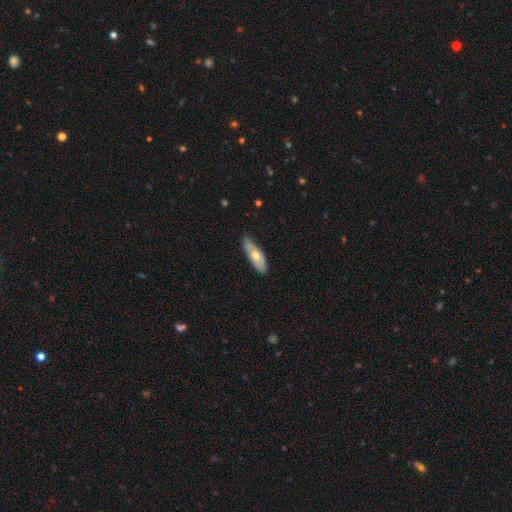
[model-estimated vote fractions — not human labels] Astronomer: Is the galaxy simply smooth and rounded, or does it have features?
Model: smooth — 53% (runner-up: featured or disk, 42%).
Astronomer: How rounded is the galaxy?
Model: in between — 60% (runner-up: cigar-shaped, 38%).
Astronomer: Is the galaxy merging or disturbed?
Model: none — 81%.